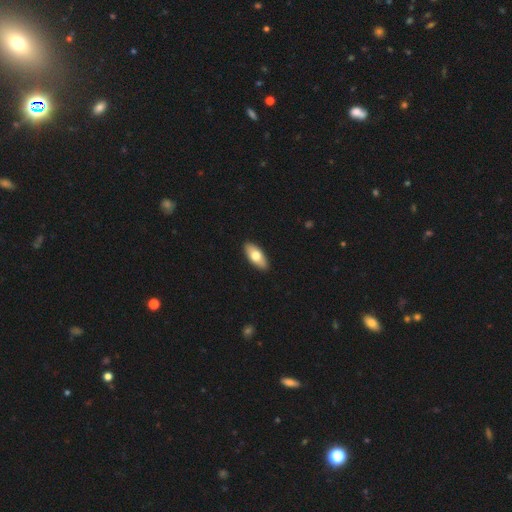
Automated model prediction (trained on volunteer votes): Overall: smooth (71%). How rounded: in between (86%). Merging: none (91%).